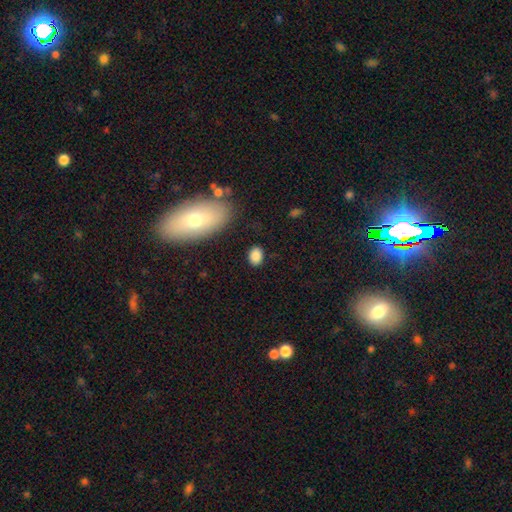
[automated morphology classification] smooth_or_featured: smooth (p=0.86) [alt: star or artifact p=0.09]
how_rounded: in between (p=0.75) [alt: round p=0.24]
merging: none (p=0.84) [alt: minor disturbance p=0.11]